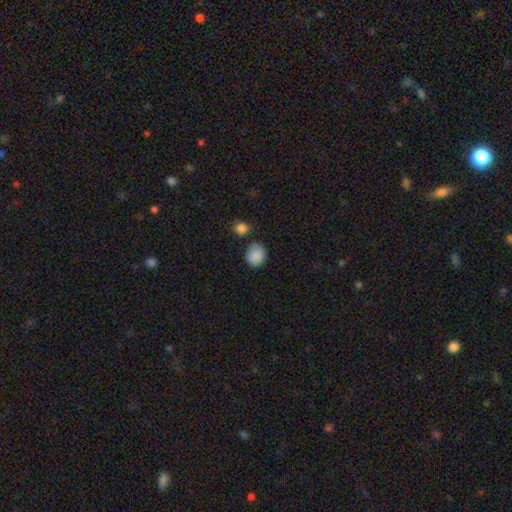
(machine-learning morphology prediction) Overall: smooth (88%). How rounded: round (78%). Merging: none (72%).